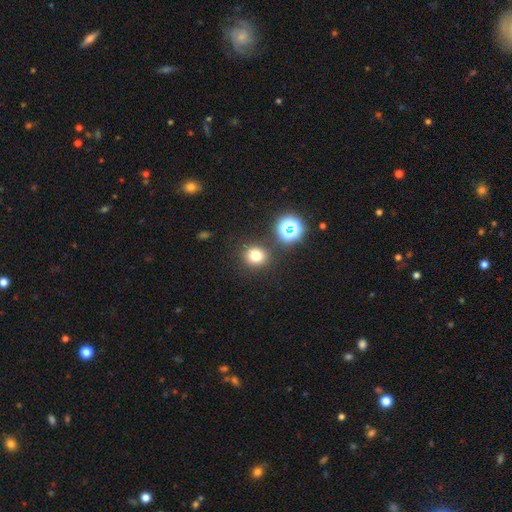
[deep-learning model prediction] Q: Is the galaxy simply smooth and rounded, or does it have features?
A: smooth — 74%.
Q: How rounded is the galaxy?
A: round — 85%.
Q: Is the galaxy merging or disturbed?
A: none — 85%.